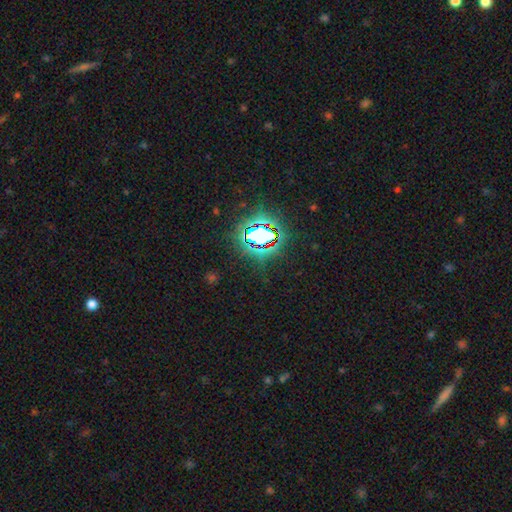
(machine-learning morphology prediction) type=star or artifact (83%).